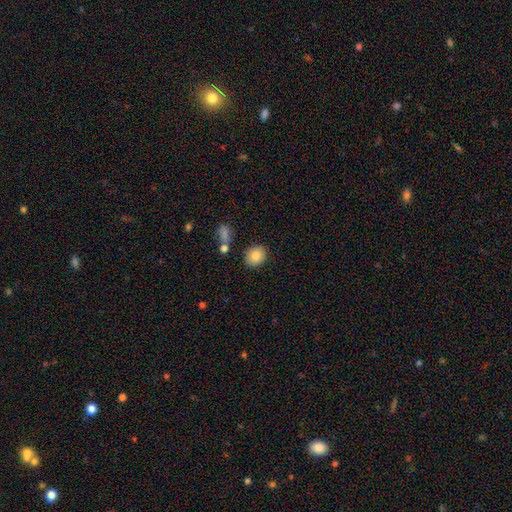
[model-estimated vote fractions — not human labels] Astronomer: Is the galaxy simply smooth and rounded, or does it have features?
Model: smooth — 85%.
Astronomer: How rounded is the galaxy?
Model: round — 64%.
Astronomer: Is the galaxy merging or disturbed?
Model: none — 84%.